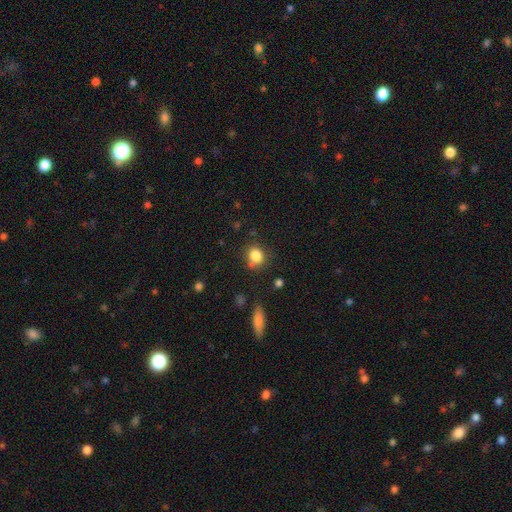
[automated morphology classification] A smooth galaxy with no disk features (83%) that is round (67%).

Vote fractions:
- Smooth or featured? smooth: 83% / star or artifact: 11% / featured or disk: 7%
- How rounded? round: 67% / in between: 32% / cigar-shaped: 1%
- Merging? none: 70% / minor disturbance: 17% / merger: 8% / major disturbance: 5%